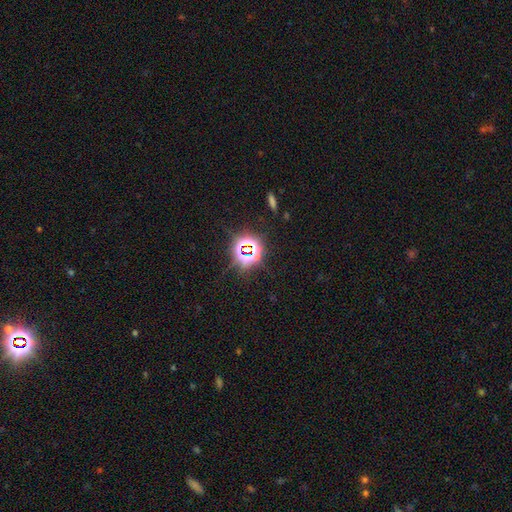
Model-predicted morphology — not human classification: A star or artifact, not a galaxy (79%).